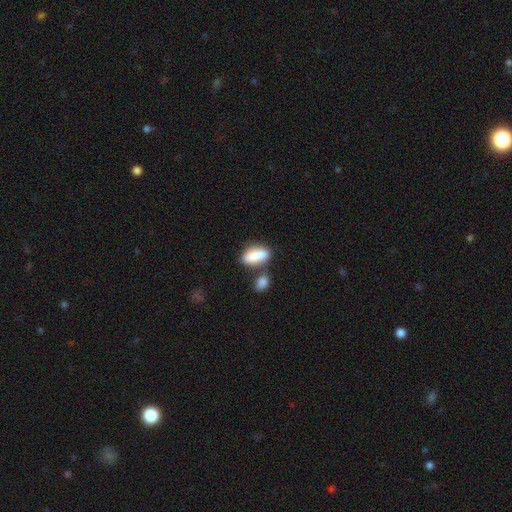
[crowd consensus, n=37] Q: Smooth or featured?
A: smooth (92%); runner-up: featured or disk (5%)
Q: How rounded?
A: in between (85%); runner-up: cigar-shaped (15%)
Q: Merging?
A: none (47%); runner-up: minor disturbance (25%)